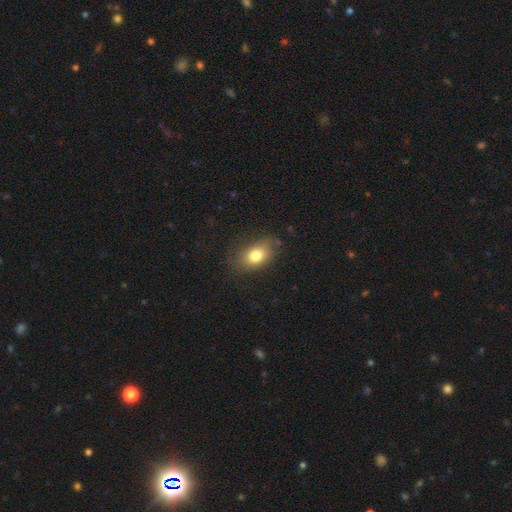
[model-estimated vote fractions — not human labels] Smooth or featured? Predicted: smooth (p=0.79). How rounded? Predicted: in between (p=0.82). Merging? Predicted: none (p=0.73).